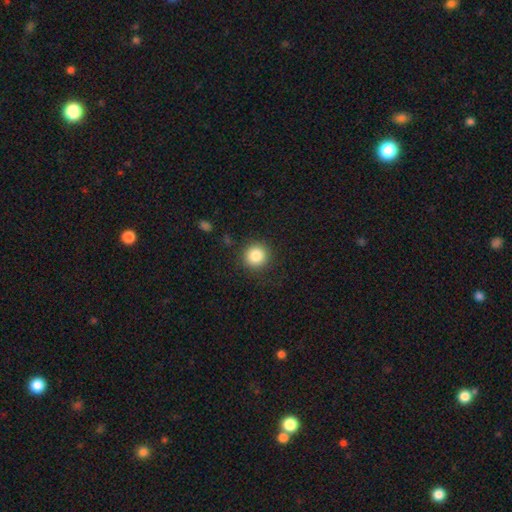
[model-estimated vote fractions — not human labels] Overall: smooth (85%). How rounded: round (93%). Merging: none (88%).